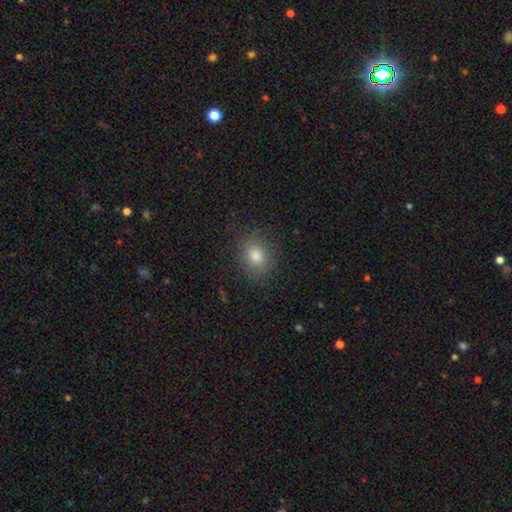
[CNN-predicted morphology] Smooth or featured? smooth (81%)
How rounded? round (52%)
Merging? none (85%)